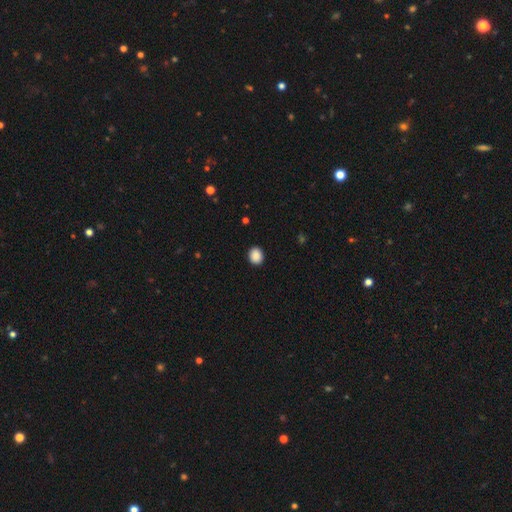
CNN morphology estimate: A smooth galaxy with no disk features (89%) that is round (63%). Merging: none (91%).